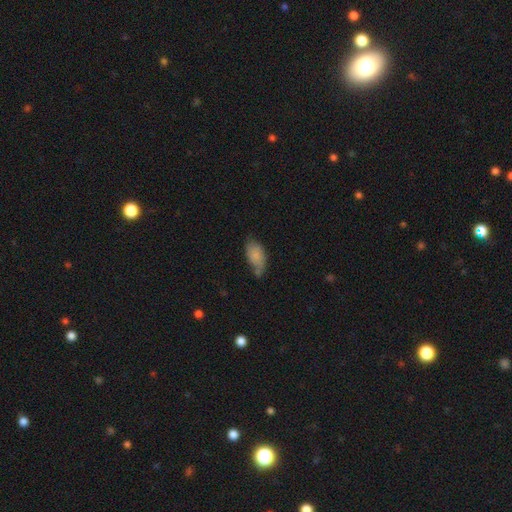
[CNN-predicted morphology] Smooth or featured? Predicted: smooth (p=0.72). How rounded? Predicted: in between (p=0.92). Merging? Predicted: none (p=0.43).